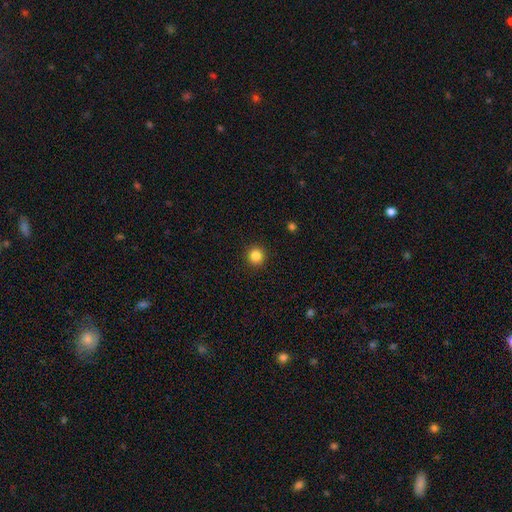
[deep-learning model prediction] Smooth or featured? Predicted: smooth (p=0.85). How rounded? Predicted: round (p=0.94). Merging? Predicted: none (p=0.92).